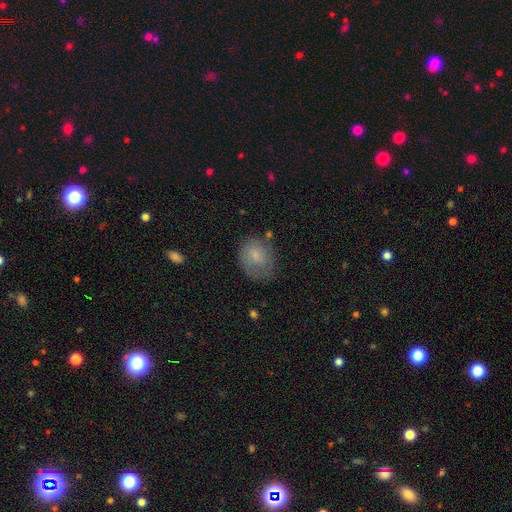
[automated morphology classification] The model was most divided on "how rounded": round: 53%, in between: 46%, cigar-shaped: 1%. More confident: smooth or featured — smooth (73%); merging — none (55%).